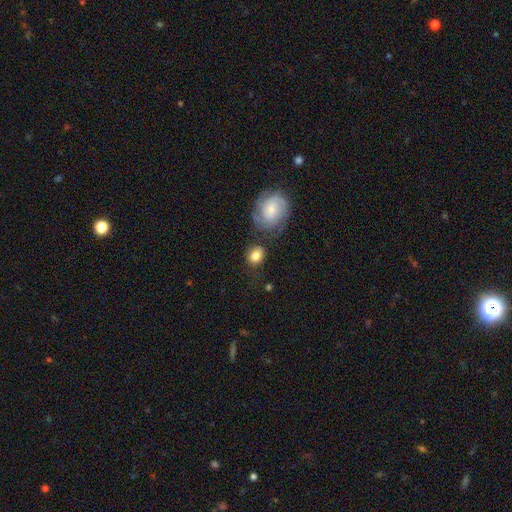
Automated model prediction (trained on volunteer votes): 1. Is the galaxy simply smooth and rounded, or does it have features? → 77% smooth, 15% featured or disk, 7% star or artifact.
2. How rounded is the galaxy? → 51% round, 48% in between, 1% cigar-shaped.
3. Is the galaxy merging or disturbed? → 64% none, 17% minor disturbance, 12% merger, 7% major disturbance.